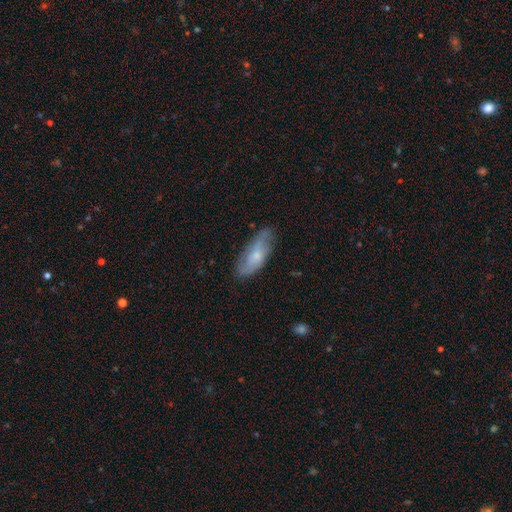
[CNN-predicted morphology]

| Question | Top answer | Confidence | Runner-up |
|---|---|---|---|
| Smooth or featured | smooth | 48% | featured or disk (45%) |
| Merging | none | 71% | minor disturbance (22%) |